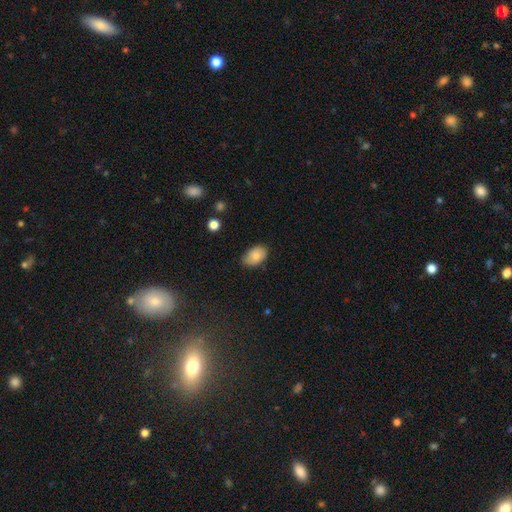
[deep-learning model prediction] smooth 81%, featured or disk 12%, star or artifact 8%. Down the decision tree: how rounded — in between (89%); merging — none (77%).